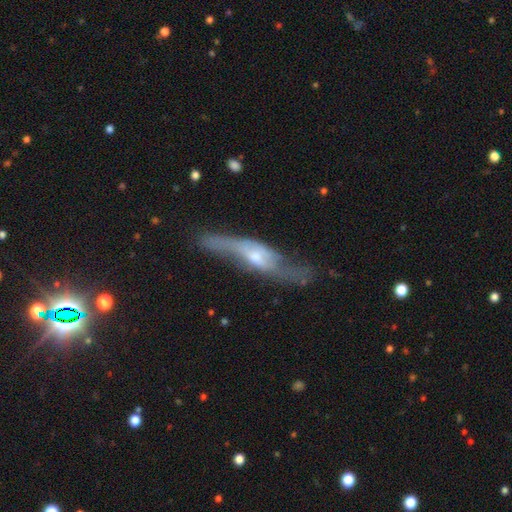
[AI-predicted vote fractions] Morphology: type=featured or disk (77%); edge-on=no (53%); merging=none (62%).